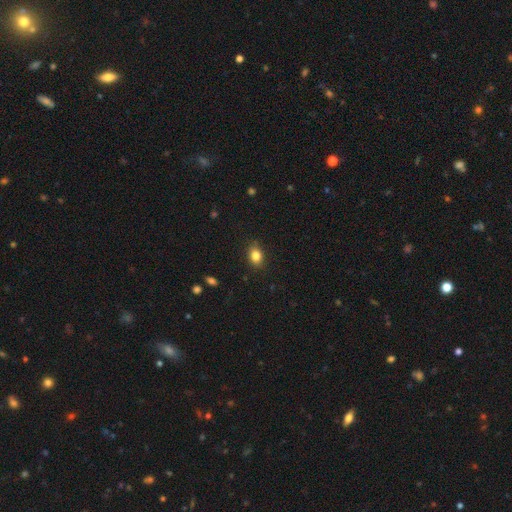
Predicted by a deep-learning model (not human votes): A smooth galaxy with no disk features (84%) that is in between round and cigar-shaped (69%). Merging: none (86%).